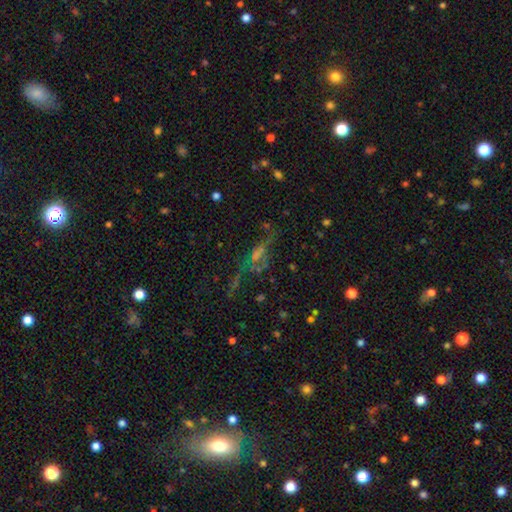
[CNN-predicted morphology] Smooth or featured? star or artifact (38%)